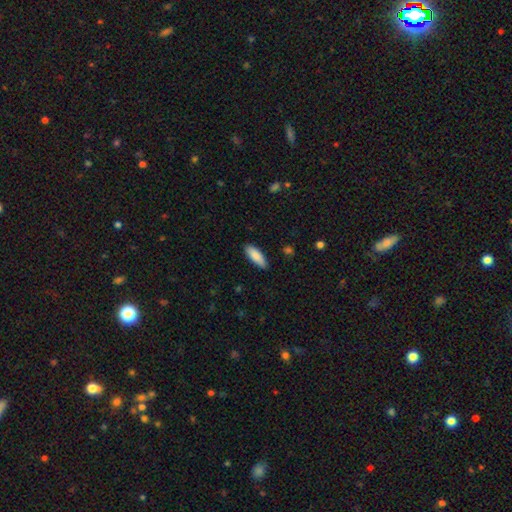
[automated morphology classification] type=smooth (87%); roundness=in between (67%); merging=none (85%).